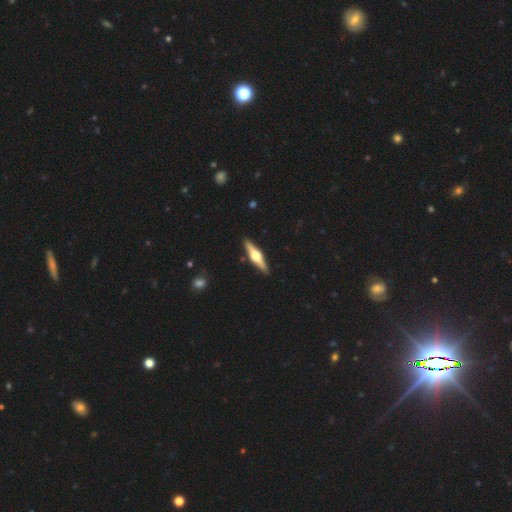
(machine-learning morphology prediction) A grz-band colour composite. It shows a featured or disk galaxy (75%) viewed edge-on (98%) with a rounded central bulge (95%). Merging: none (91%).